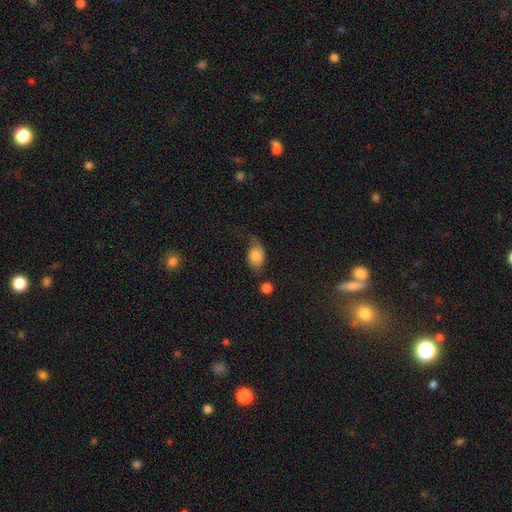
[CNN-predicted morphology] Q: Smooth or featured?
A: smooth (77%); runner-up: featured or disk (15%)
Q: How rounded?
A: in between (75%); runner-up: round (23%)
Q: Merging?
A: none (42%); runner-up: minor disturbance (33%)